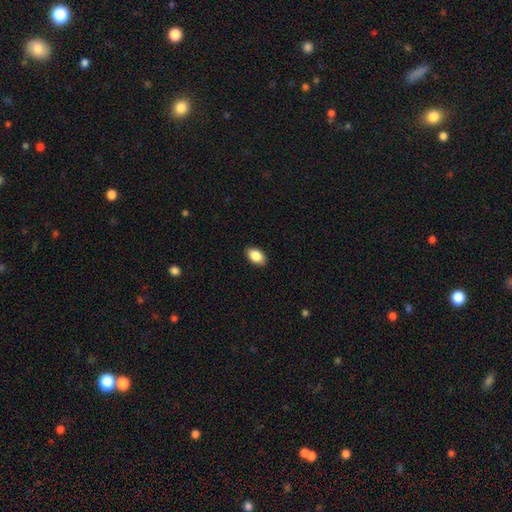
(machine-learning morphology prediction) smooth 88%, star or artifact 7%, featured or disk 5%. Down the decision tree: how rounded — in between (92%); merging — none (89%).